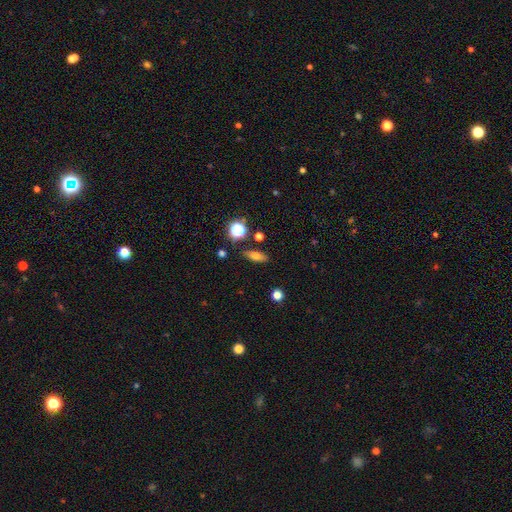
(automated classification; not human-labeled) Smooth or featured?
  - smooth: 68% *
  - featured or disk: 19%
  - star or artifact: 14%
How rounded?
  - in between: 63% *
  - cigar-shaped: 28%
  - round: 9%
Merging?
  - none: 84% *
  - minor disturbance: 10%
  - merger: 3%
  - major disturbance: 3%